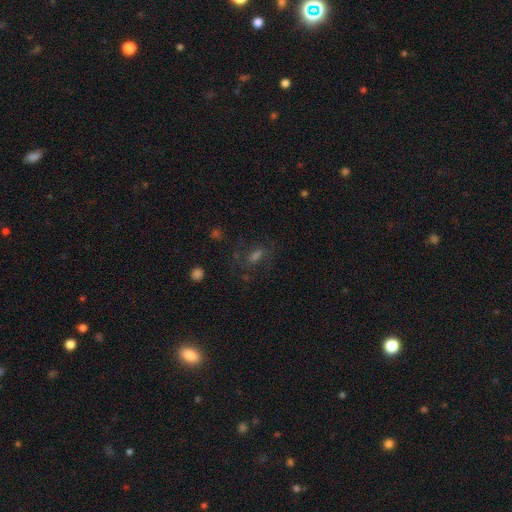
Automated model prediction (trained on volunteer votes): A smooth galaxy with no disk features (41%). Merging: none (64%).